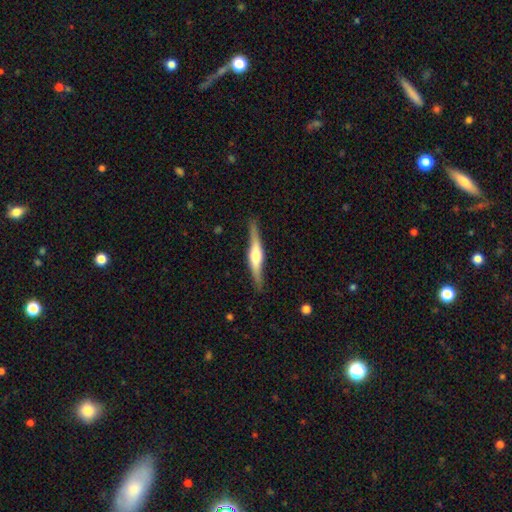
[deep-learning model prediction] Smooth or featured?
  - featured or disk: 72% *
  - smooth: 23%
  - star or artifact: 5%
Edge-on disk?
  - yes: 96% *
  - no: 4%
Edge-on bulge?
  - rounded: 86% *
  - boxy: 10%
  - none: 4%
Merging?
  - none: 85% *
  - minor disturbance: 12%
  - major disturbance: 2%
  - merger: 1%